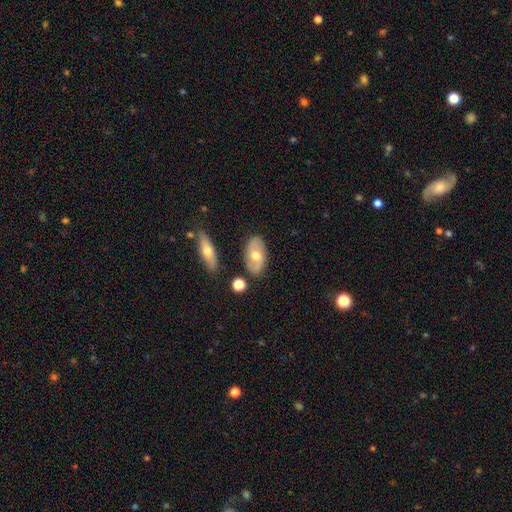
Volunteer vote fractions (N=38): This is possibly a featured or disk galaxy (50%). It is likely not viewed edge-on (79%). Bar: clearly no (87%). Spiral arm pattern: likely yes (67%). Spiral arm count: clearly 2 (100%). Spiral winding: clearly loose (80%). Central bulge: clearly moderate (93%). Merging: clearly none (86%).